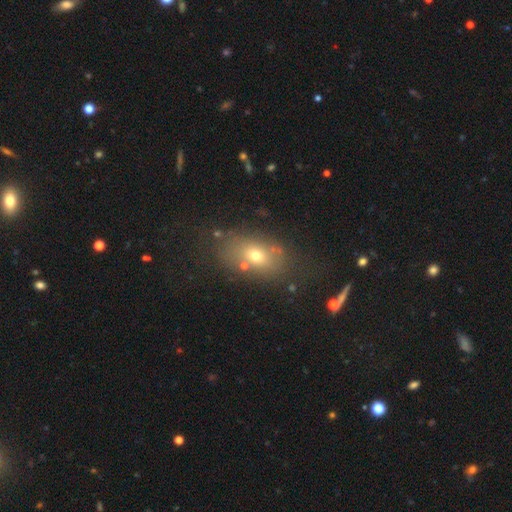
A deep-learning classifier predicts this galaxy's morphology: smooth 64%, featured or disk 19%, star or artifact 17%. Down the decision tree: how rounded — in between (74%); merging — none (69%).